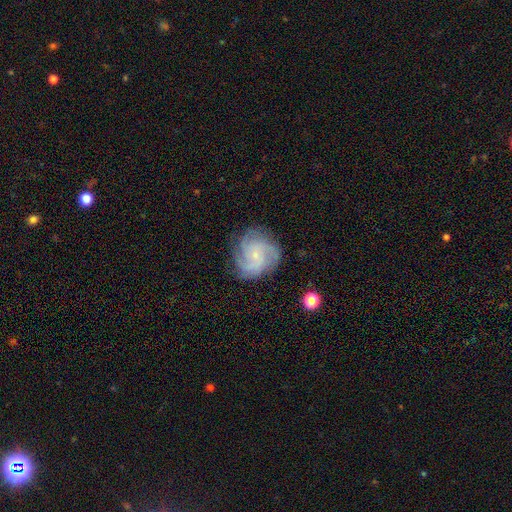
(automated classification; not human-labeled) This appears to be a featured or disk galaxy (78%) with no bar (69%), 4 (32%) tight (44%) spiral arms (96%) and a small central bulge (76%). Merging: none (76%).